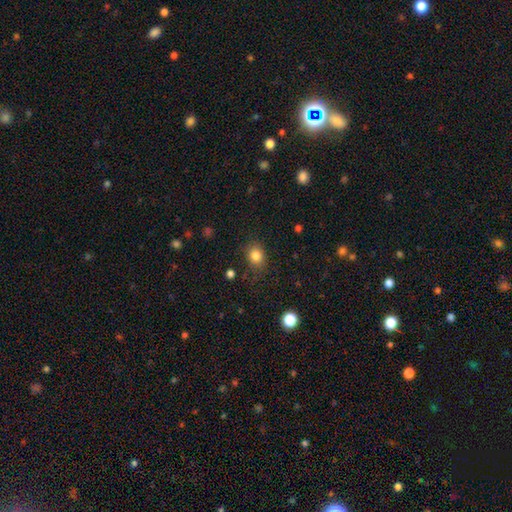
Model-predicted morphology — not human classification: This is clearly a smooth galaxy (83%). How rounded: possibly round (57%). Merging: clearly none (80%).